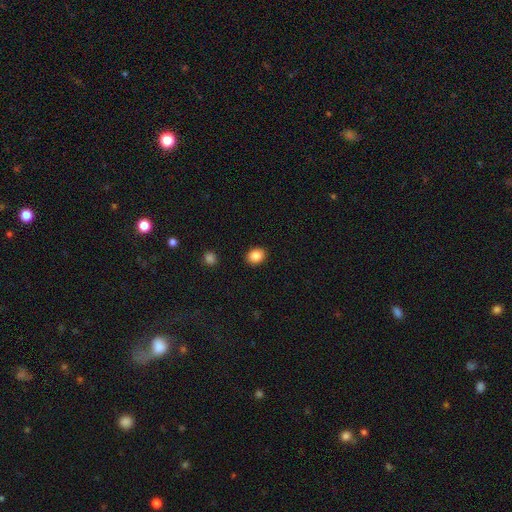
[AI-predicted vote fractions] This is clearly a smooth galaxy (87%). How rounded: possibly round (55%). Merging: clearly none (91%).